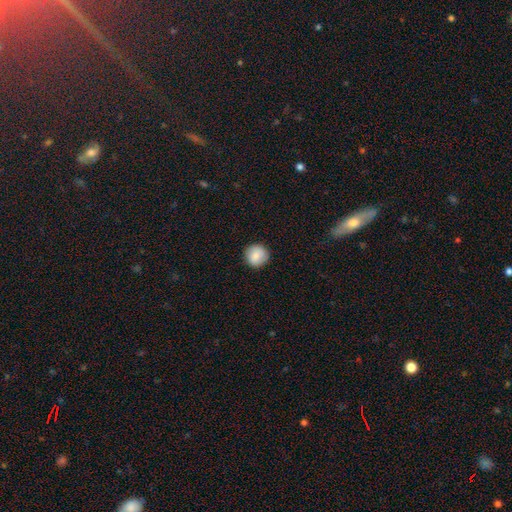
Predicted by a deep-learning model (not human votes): Smooth or featured? smooth (85%)
How rounded? round (95%)
Merging? none (90%)